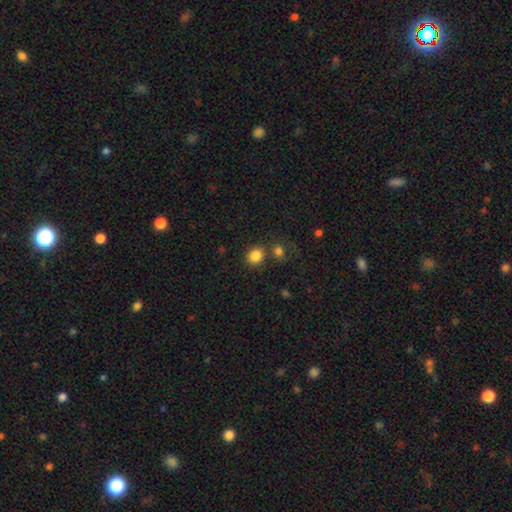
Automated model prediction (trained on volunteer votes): smooth 85%, star or artifact 11%, featured or disk 5%. Down the decision tree: how rounded — round (68%); merging — none (70%).